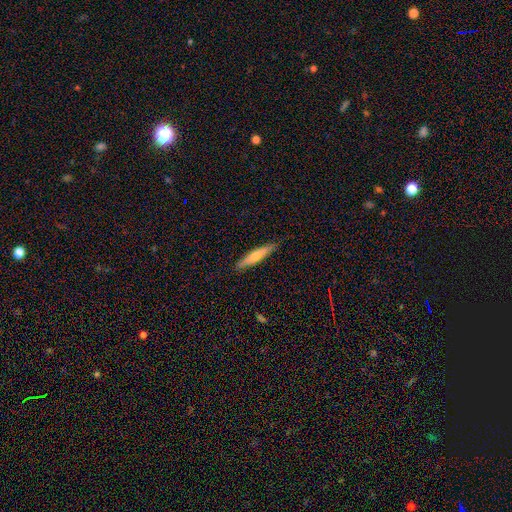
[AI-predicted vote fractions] smooth-or-featured: featured or disk: 48% | smooth: 46% | star or artifact: 6%
  merging: none: 88% | minor disturbance: 9% | major disturbance: 2% | merger: 1%